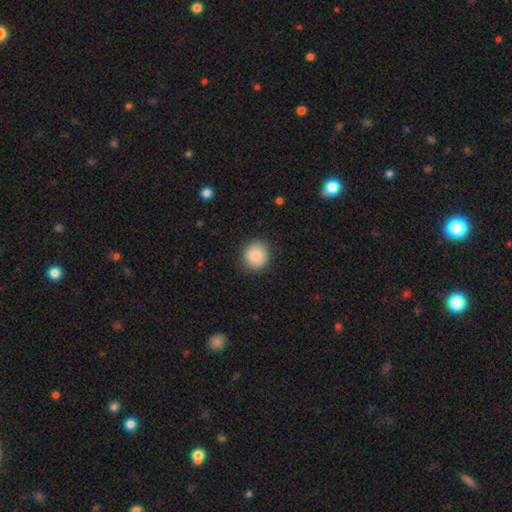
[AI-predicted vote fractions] Q: Smooth or featured?
A: smooth (85%); runner-up: featured or disk (8%)
Q: How rounded?
A: round (87%); runner-up: in between (12%)
Q: Merging?
A: none (88%); runner-up: minor disturbance (9%)